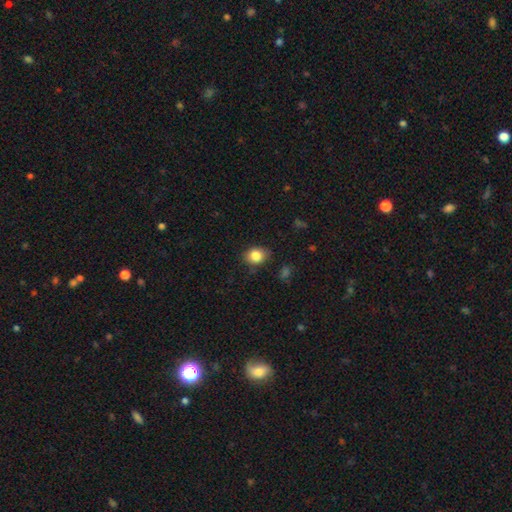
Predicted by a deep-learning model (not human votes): Q: Smooth or featured?
A: smooth (84%); runner-up: star or artifact (9%)
Q: How rounded?
A: in between (51%); runner-up: round (48%)
Q: Merging?
A: none (81%); runner-up: minor disturbance (14%)